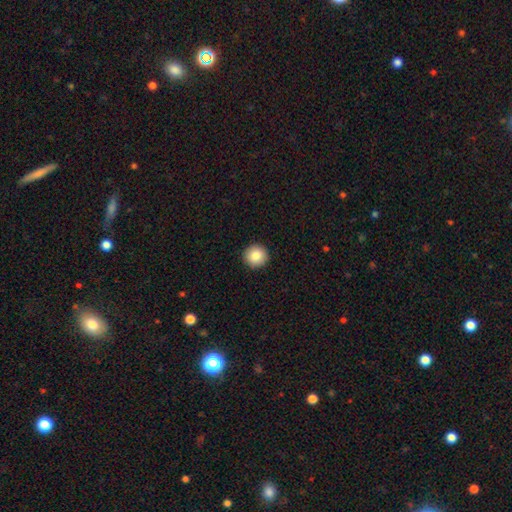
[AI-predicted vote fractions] Overall: smooth (86%). How rounded: round (95%). Merging: none (93%).